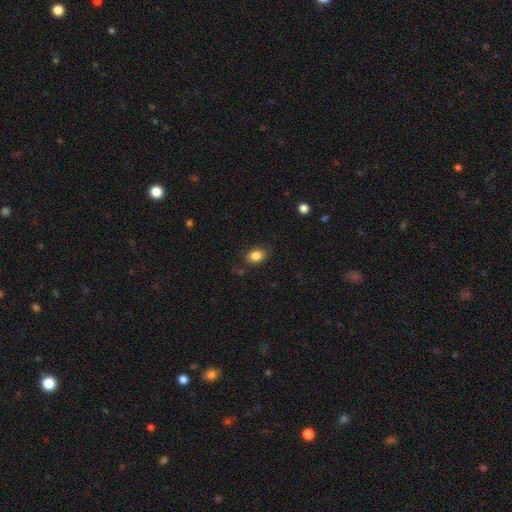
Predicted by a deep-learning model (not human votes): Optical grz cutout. It shows a smooth galaxy with no disk features (86%) that is in between round and cigar-shaped (72%). Merging: none (82%).